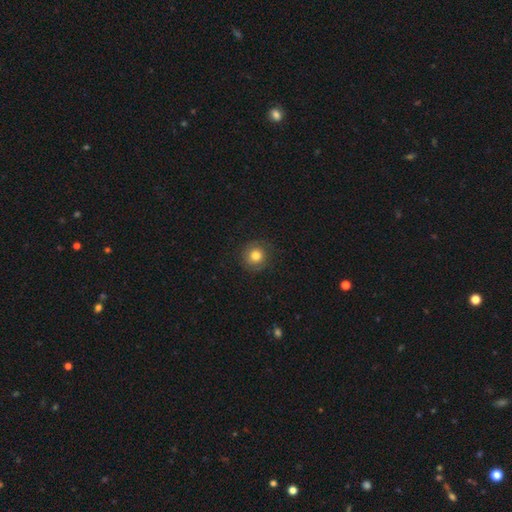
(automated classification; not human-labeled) Smooth or featured? smooth (77%)
How rounded? round (93%)
Merging? none (84%)